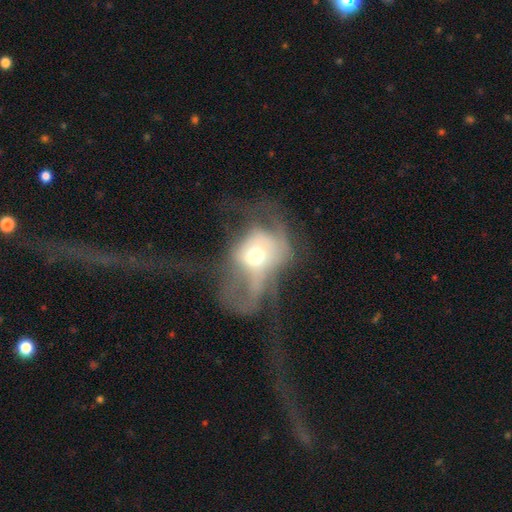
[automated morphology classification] smooth_or_featured: featured or disk (p=0.54) [alt: smooth p=0.36]
disk_edge_on: no (p=0.95) [alt: yes p=0.05]
bar: no (p=0.80) [alt: weak p=0.15]
has_spiral_arms: no (p=0.62) [alt: yes p=0.38]
bulge_size: moderate (p=0.67) [alt: small p=0.14]
merging: major disturbance (p=0.65) [alt: none p=0.17]